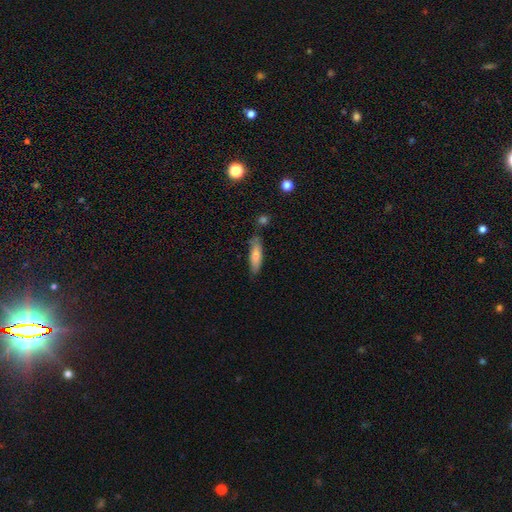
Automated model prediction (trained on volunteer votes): This appears to be a smooth galaxy with no disk features (75%) that is cigar-shaped (66%). Merging: none (75%).